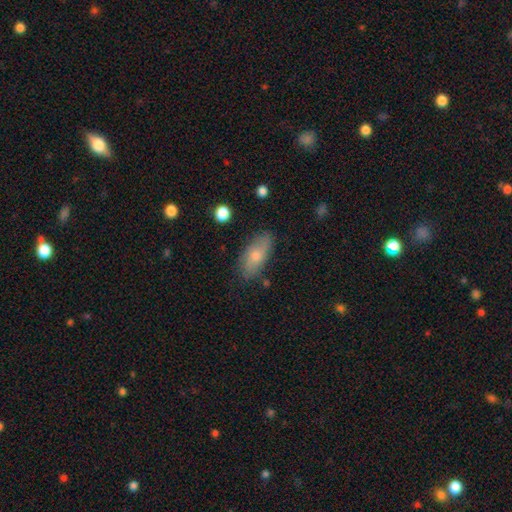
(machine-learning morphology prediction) The model was most divided on "smooth or featured": smooth: 68%, featured or disk: 24%, star or artifact: 8%. More confident: merging — none (82%); how rounded — in between (82%).